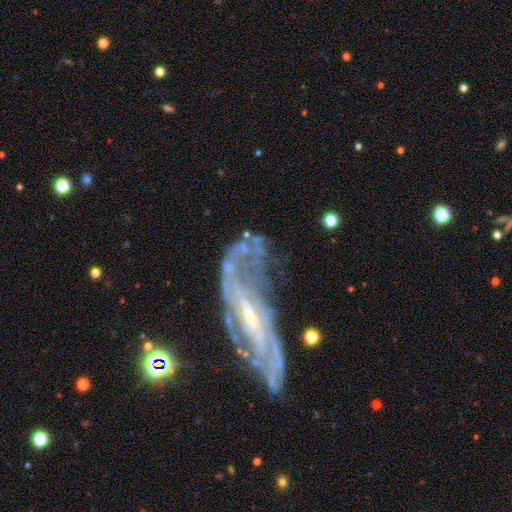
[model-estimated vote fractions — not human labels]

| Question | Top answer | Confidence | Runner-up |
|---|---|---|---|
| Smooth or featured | featured or disk | 79% | smooth (12%) |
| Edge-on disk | no | 87% | yes (13%) |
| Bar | weak | 37% | no (36%) |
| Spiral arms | yes | 75% | no (25%) |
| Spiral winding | medium | 37% | tight (36%) |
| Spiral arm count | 2 | 36% | can't tell (34%) |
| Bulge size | small | 48% | moderate (35%) |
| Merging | none | 50% | major disturbance (24%) |